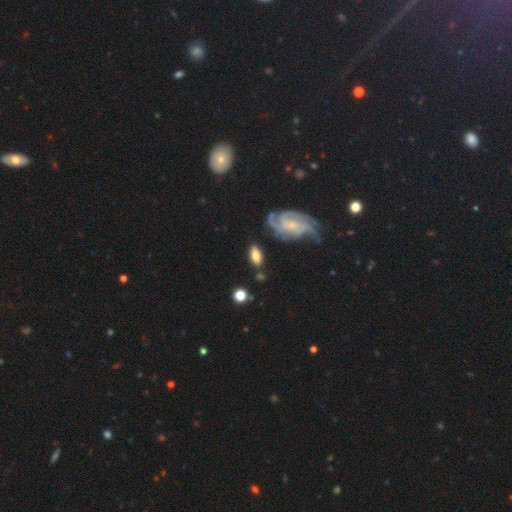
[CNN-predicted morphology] smooth_or_featured: smooth (p=0.59) [alt: featured or disk p=0.33]
how_rounded: in between (p=0.84) [alt: cigar-shaped p=0.09]
merging: none (p=0.73) [alt: minor disturbance p=0.15]